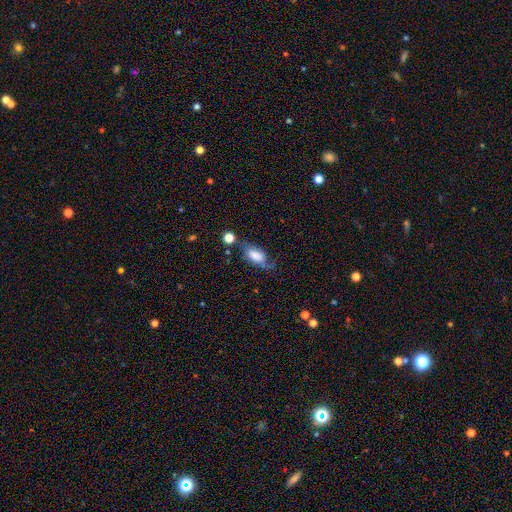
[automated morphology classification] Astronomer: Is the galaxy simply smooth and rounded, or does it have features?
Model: smooth — 65%.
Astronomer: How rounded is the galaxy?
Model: in between — 86%.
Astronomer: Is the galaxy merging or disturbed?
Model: none — 41% (runner-up: minor disturbance, 29%).